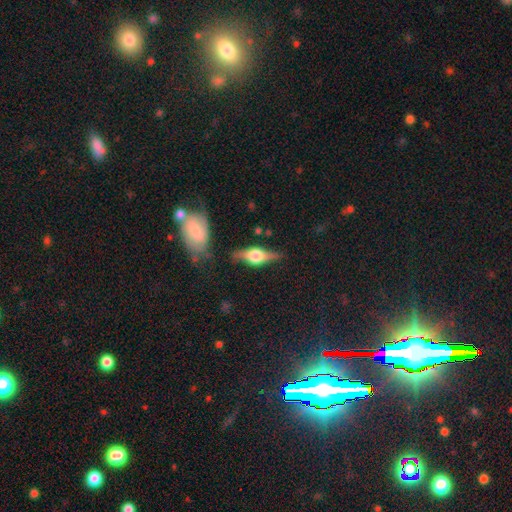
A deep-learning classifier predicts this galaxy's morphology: Overall: featured or disk (70%). Edge-on disk: yes (93%). Edge-on bulge: rounded (93%). Merging: none (76%).